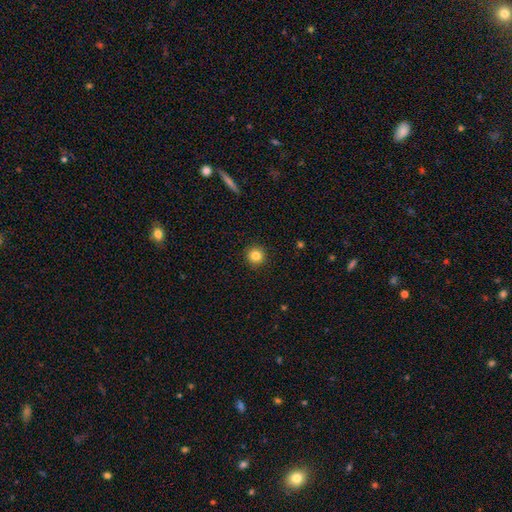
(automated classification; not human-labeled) This is clearly a smooth galaxy (84%). How rounded: clearly round (95%). Merging: clearly none (92%).